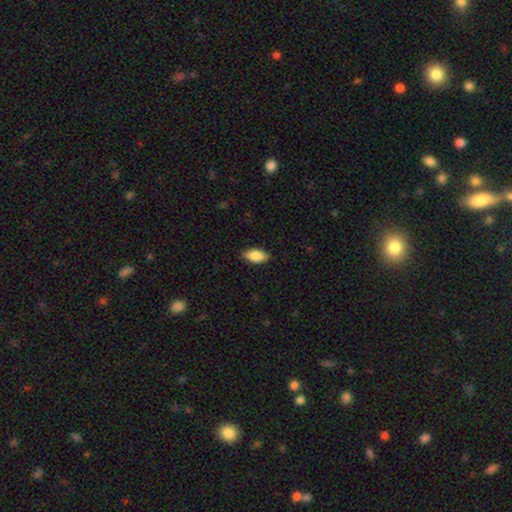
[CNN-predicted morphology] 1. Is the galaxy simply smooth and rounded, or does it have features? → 85% smooth, 8% featured or disk, 6% star or artifact.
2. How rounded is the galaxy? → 91% in between, 7% cigar-shaped, 3% round.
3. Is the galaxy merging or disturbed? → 87% none, 10% minor disturbance, 2% major disturbance, 1% merger.